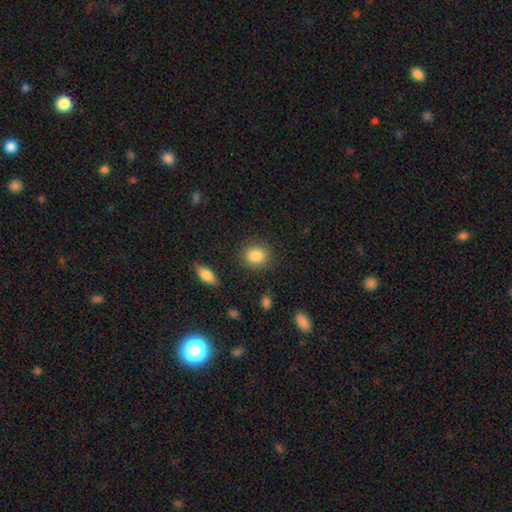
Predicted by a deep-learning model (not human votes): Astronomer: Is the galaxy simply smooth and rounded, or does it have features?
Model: smooth — 87%.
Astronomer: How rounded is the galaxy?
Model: round — 69%.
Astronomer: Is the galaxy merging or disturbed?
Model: none — 85%.